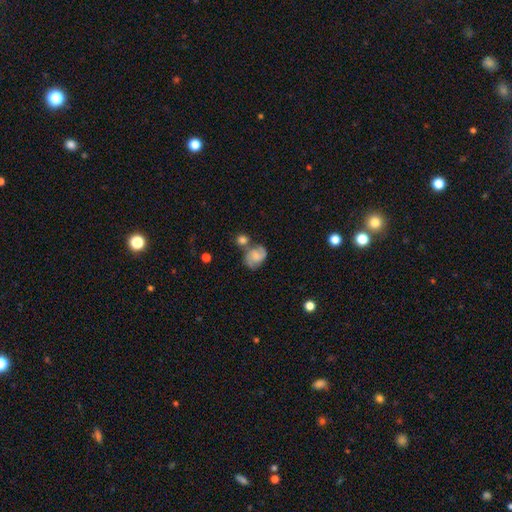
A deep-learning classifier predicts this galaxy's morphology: A featured or disk galaxy (57%) with no bar (61%), spiral arms (89%) and a small central bulge (44%).

Vote fractions:
- Smooth or featured? featured or disk: 57% / smooth: 35% / star or artifact: 8%
- Edge-on disk? no: 97% / yes: 3%
- Bar? no: 61% / weak: 33% / strong: 6%
- Spiral arms? yes: 89% / no: 11%
- Bulge size? small: 44% / moderate: 33% / none: 17% / large: 4% / dominant: 2%
- Merging? none: 49% / merger: 25% / minor disturbance: 19% / major disturbance: 8%